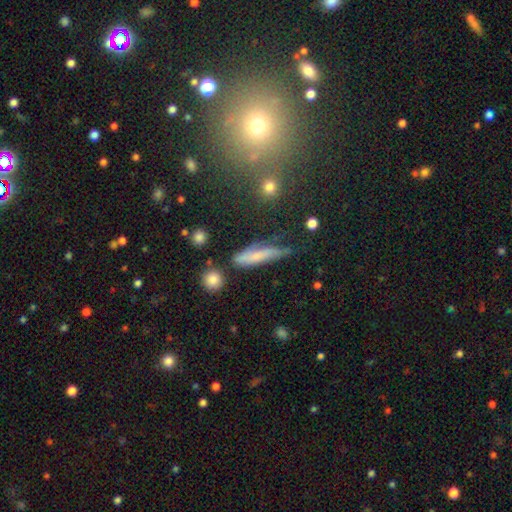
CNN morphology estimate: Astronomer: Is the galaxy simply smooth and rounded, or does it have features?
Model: smooth — 61%.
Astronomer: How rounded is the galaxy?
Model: cigar-shaped — 82%.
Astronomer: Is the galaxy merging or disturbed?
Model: none — 55%.